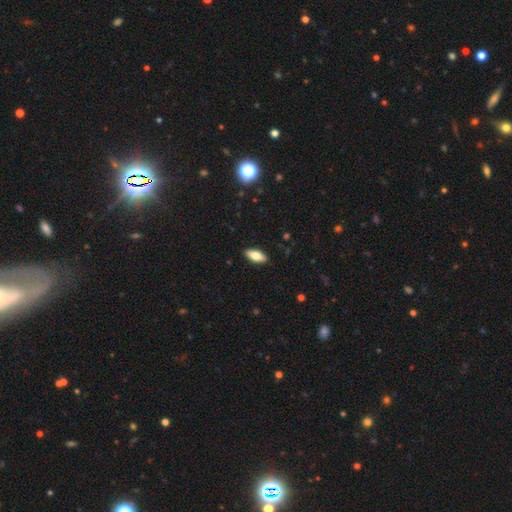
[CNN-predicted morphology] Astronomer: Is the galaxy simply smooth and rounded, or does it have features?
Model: smooth — 75%.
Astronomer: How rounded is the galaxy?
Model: in between — 84%.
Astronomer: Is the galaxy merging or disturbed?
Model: none — 89%.